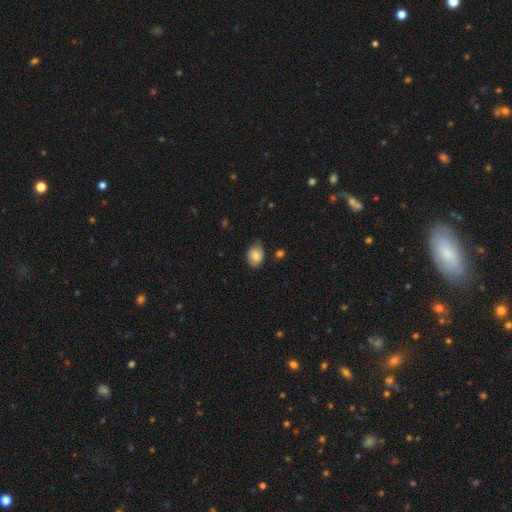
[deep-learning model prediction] This appears to be a smooth galaxy with no disk features (74%) that is in between round and cigar-shaped (57%). Merging: none (68%).